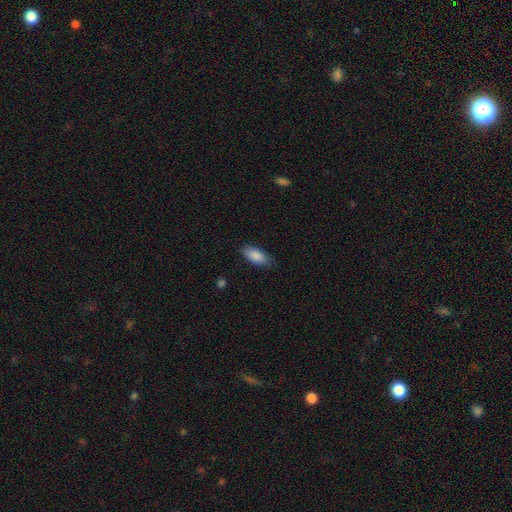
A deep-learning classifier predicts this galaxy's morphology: smooth 87%, featured or disk 7%, star or artifact 6%. Down the decision tree: how rounded — in between (85%); merging — none (82%).